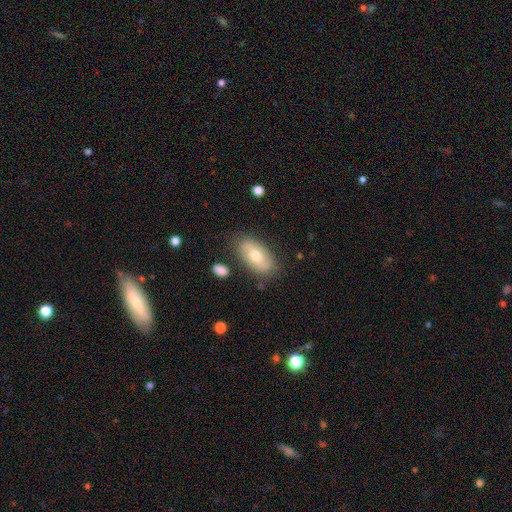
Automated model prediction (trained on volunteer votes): Smooth or featured? smooth (61%)
How rounded? in between (92%)
Merging? none (79%)